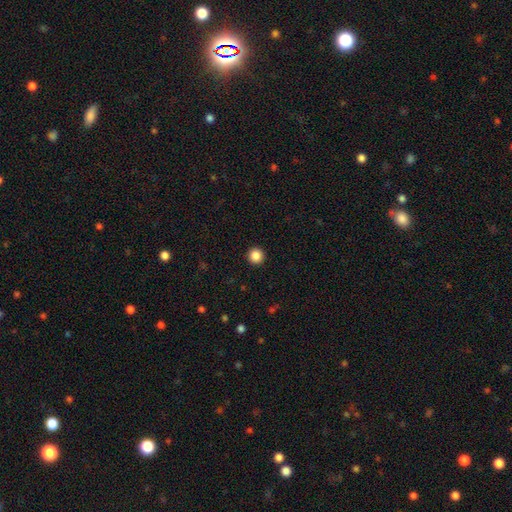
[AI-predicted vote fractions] smooth-or-featured: smooth: 86% | star or artifact: 10% | featured or disk: 3%
  how-rounded: round: 96% | in between: 3% | cigar-shaped: 1%
  merging: none: 94% | minor disturbance: 4% | major disturbance: 1% | merger: 1%